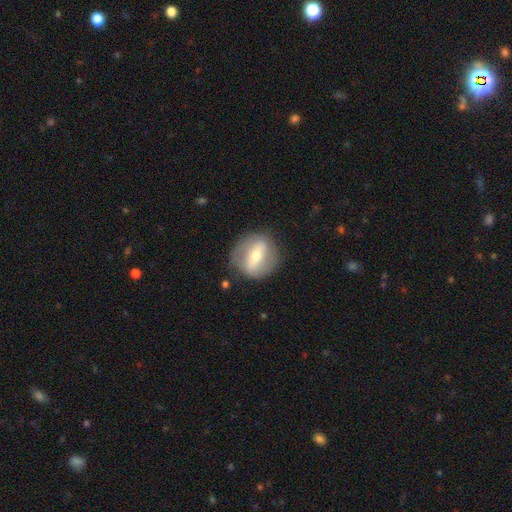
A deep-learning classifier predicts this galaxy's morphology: The model was most divided on "smooth or featured": featured or disk: 57%, smooth: 37%, star or artifact: 6%. More confident: edge-on disk — no (84%); merging — none (79%).